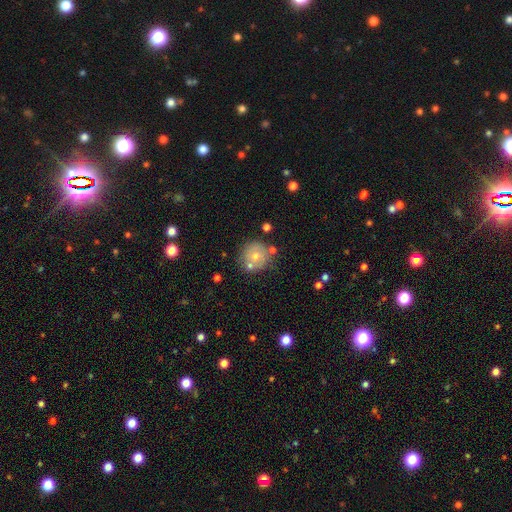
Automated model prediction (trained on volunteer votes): A smooth galaxy with no disk features (59%) that is round (90%).

Vote fractions:
- Smooth or featured? smooth: 59% / featured or disk: 31% / star or artifact: 9%
- How rounded? round: 90% / in between: 9% / cigar-shaped: 1%
- Merging? none: 63% / minor disturbance: 17% / merger: 15% / major disturbance: 6%